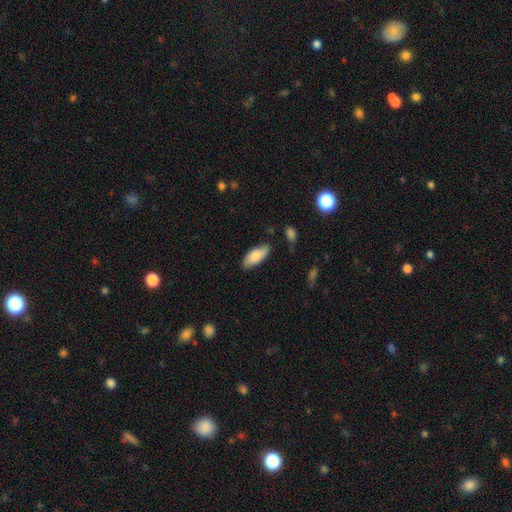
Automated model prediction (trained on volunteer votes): Smooth or featured: smooth — 78% (featured or disk — 16%)
How rounded: in between — 84% (cigar-shaped — 14%)
Merging: none — 72% (minor disturbance — 22%)